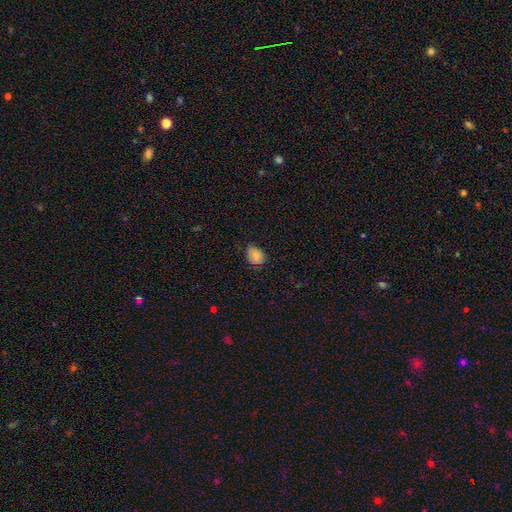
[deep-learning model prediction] Overall: smooth (84%). How rounded: in between (60%; round 39%). Merging: none (67%; minor disturbance 28%).